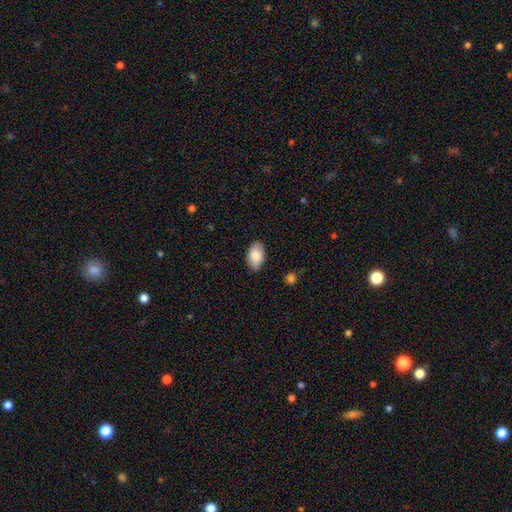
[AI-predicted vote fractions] Smooth or featured?
  - smooth: 87% *
  - featured or disk: 7%
  - star or artifact: 6%
How rounded?
  - in between: 94% *
  - round: 5%
  - cigar-shaped: 1%
Merging?
  - none: 87% *
  - minor disturbance: 10%
  - major disturbance: 2%
  - merger: 1%